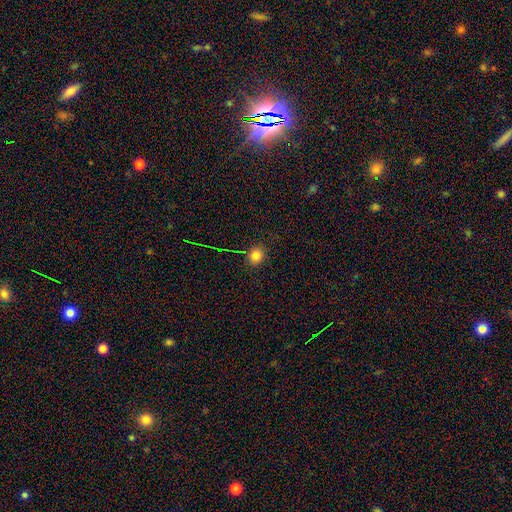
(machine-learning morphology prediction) A smooth galaxy with no disk features (79%) that is round (80%). Merging: none (85%).